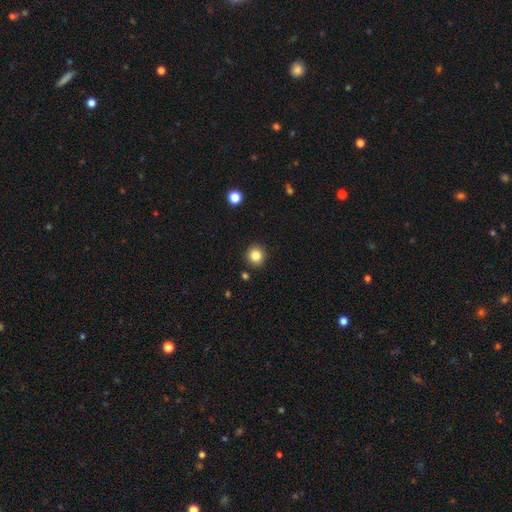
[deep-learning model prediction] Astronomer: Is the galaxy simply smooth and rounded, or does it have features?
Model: smooth — 84%.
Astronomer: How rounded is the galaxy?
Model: round — 90%.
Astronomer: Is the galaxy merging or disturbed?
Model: none — 90%.